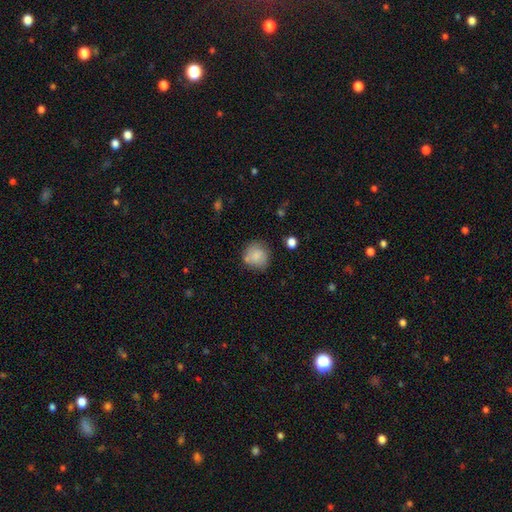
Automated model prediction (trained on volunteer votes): Smooth or featured: smooth — 81% (featured or disk — 10%)
How rounded: round — 87% (in between — 12%)
Merging: none — 68% (minor disturbance — 19%)